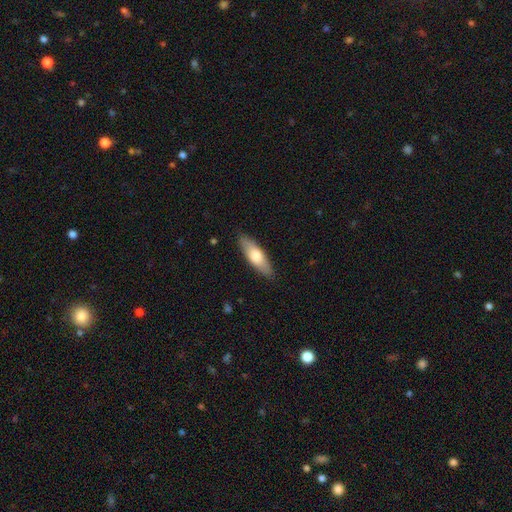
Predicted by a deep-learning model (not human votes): The model was most divided on "how rounded": in between: 50%, cigar-shaped: 48%, round: 2%. More confident: merging — none (87%); smooth or featured — smooth (66%).